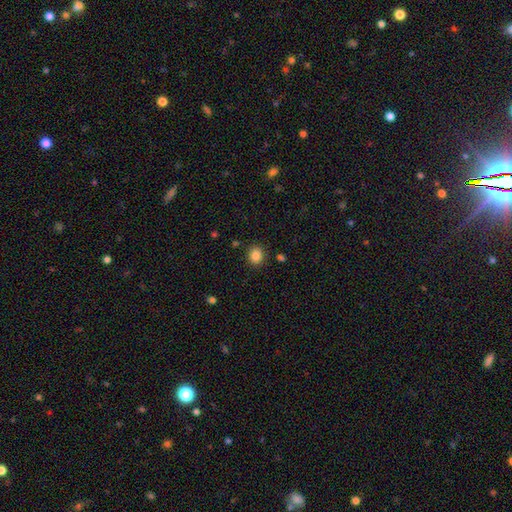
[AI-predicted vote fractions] Morphology: type=smooth (85%); roundness=round (68%); merging=none (87%).